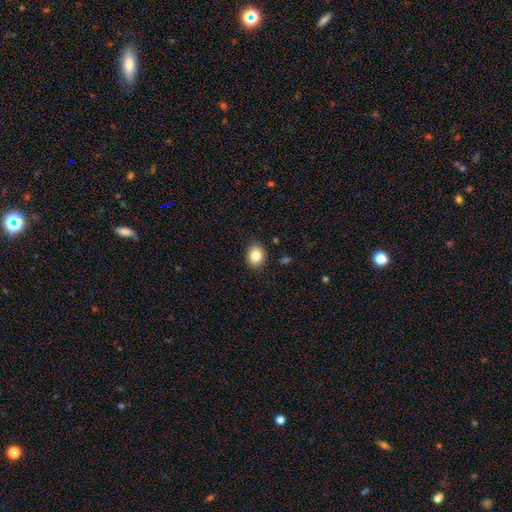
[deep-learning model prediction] Smooth or featured: smooth — 84% (star or artifact — 9%)
How rounded: round — 53% (in between — 46%)
Merging: none — 88% (minor disturbance — 9%)